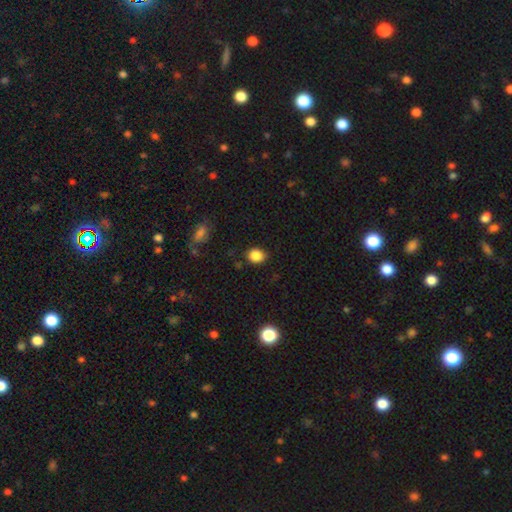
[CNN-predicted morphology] The model was most divided on "how rounded": round: 69%, in between: 30%, cigar-shaped: 1%. More confident: smooth or featured — smooth (86%); merging — none (84%).